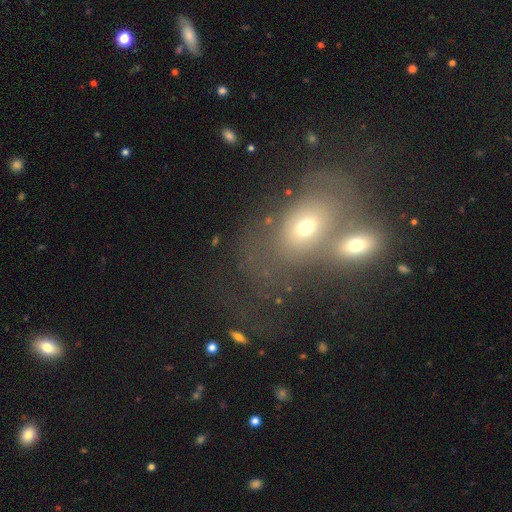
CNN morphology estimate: This is marginally a smooth galaxy (43%). Merging: possibly merger (55%).